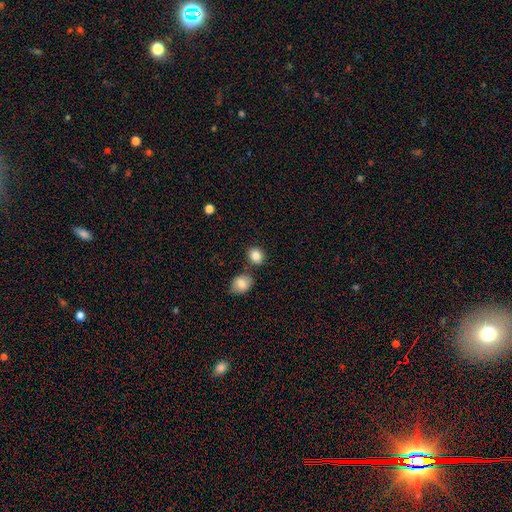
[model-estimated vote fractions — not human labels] Overall: smooth (86%). How rounded: round (64%; in between 35%). Merging: none (75%).